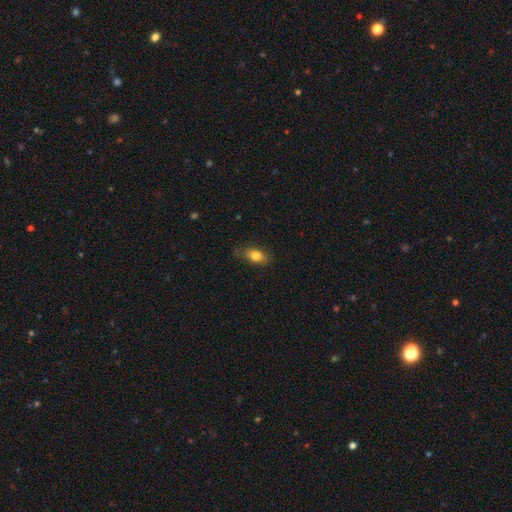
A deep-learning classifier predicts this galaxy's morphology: Smooth or featured?
  - smooth: 81% *
  - featured or disk: 11%
  - star or artifact: 8%
How rounded?
  - in between: 83% *
  - round: 11%
  - cigar-shaped: 6%
Merging?
  - none: 74% *
  - minor disturbance: 20%
  - major disturbance: 5%
  - merger: 1%